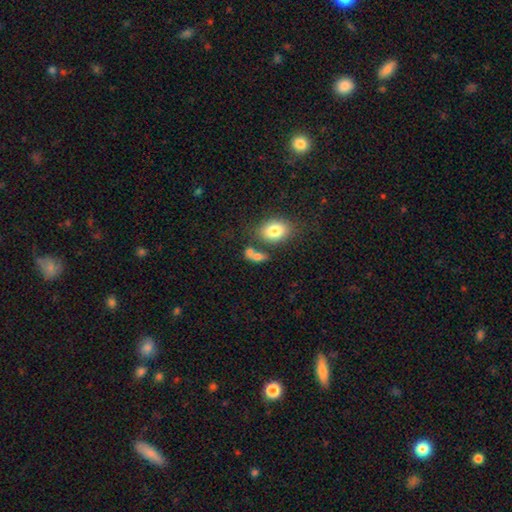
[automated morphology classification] This is likely a smooth galaxy (74%). How rounded: likely in between (68%). Merging: marginally none (42%).